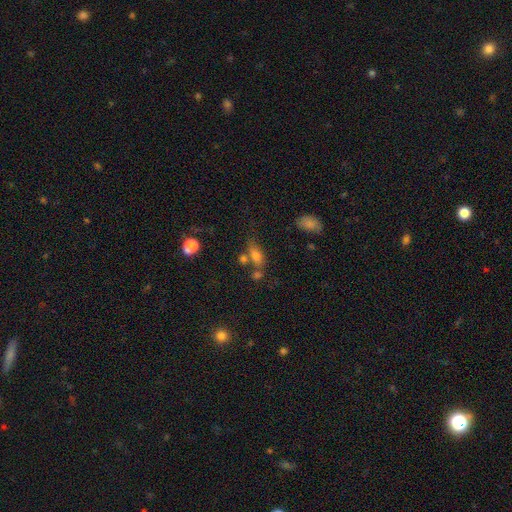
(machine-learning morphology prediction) type=smooth (72%); roundness=in between (77%); merging=none (49%).